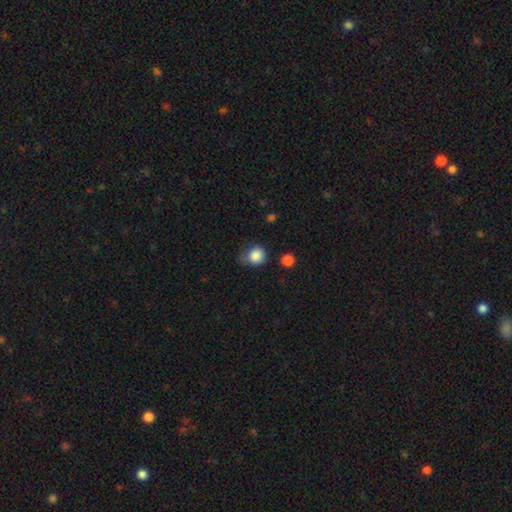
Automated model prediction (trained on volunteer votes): Smooth or featured? Predicted: smooth (p=0.86). How rounded? Predicted: round (p=0.76). Merging? Predicted: none (p=0.53).